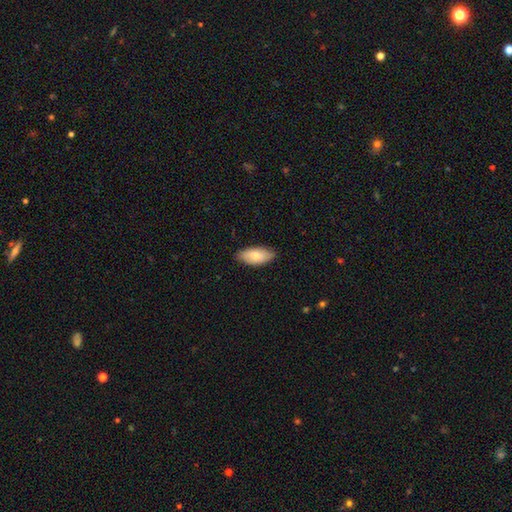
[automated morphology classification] Smooth or featured? Predicted: smooth (p=0.74). How rounded? Predicted: in between (p=0.90). Merging? Predicted: none (p=0.83).